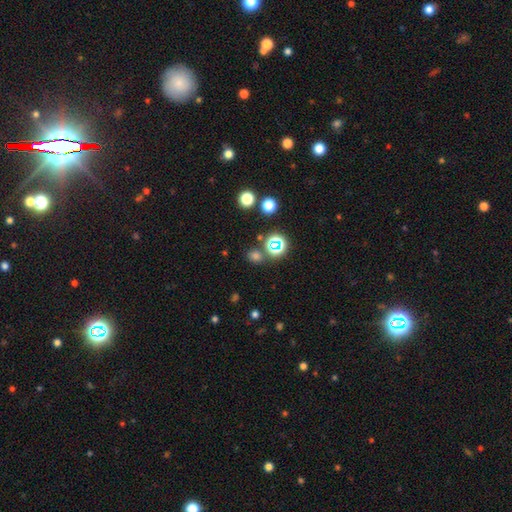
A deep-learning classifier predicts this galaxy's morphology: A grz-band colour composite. It shows a smooth galaxy with no disk features (59%) that is round (71%). Merging: none (77%).